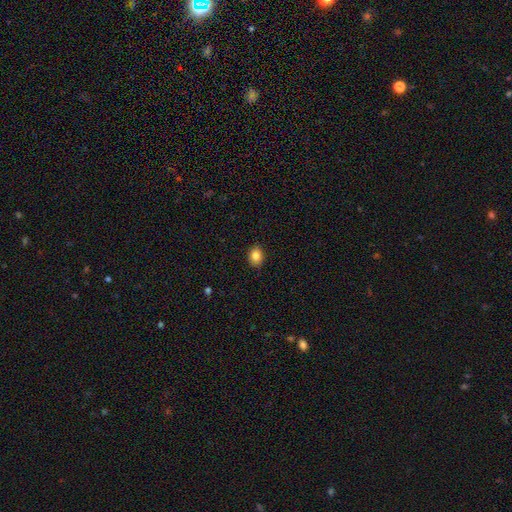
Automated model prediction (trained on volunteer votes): Overall: smooth (86%). How rounded: in between (60%; round 39%). Merging: none (88%).